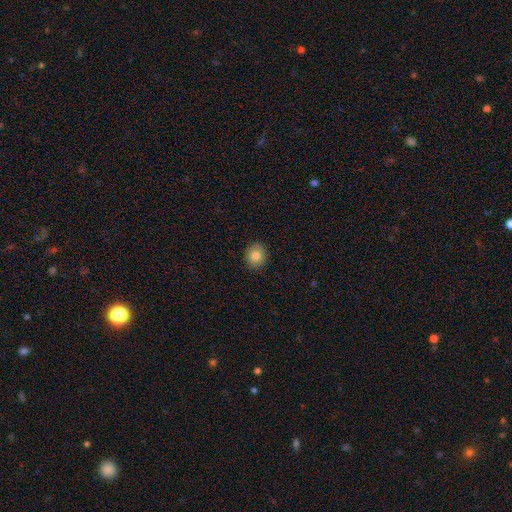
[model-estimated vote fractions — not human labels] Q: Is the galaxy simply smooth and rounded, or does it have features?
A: smooth — 82%.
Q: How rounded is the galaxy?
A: round — 78%.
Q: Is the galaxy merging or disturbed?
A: none — 91%.